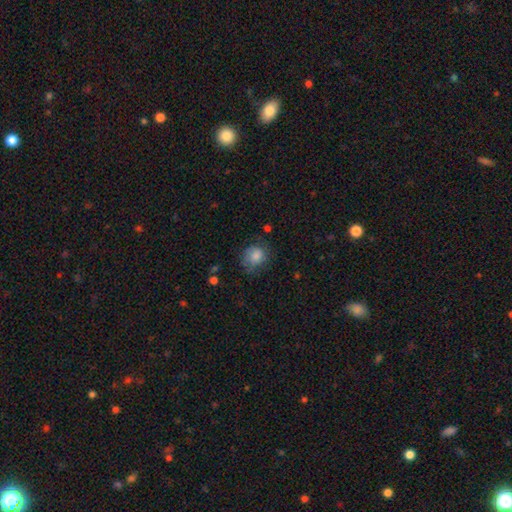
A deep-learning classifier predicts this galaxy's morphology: Q: Smooth or featured?
A: smooth (75%); runner-up: featured or disk (16%)
Q: How rounded?
A: round (75%); runner-up: in between (24%)
Q: Merging?
A: none (62%); runner-up: minor disturbance (25%)